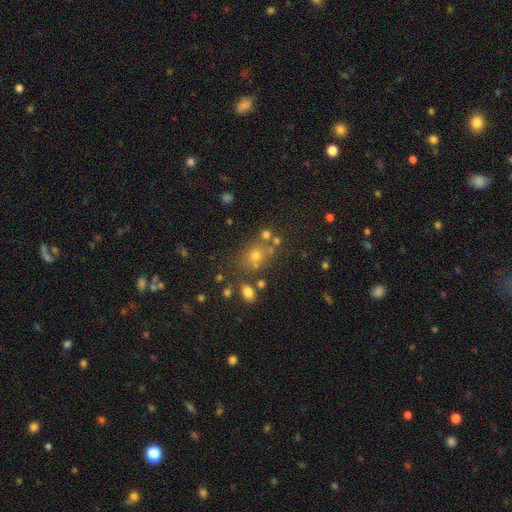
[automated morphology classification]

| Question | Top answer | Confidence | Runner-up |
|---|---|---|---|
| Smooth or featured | smooth | 57% | star or artifact (29%) |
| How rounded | round | 70% | in between (29%) |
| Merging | none | 65% | merger (18%) |